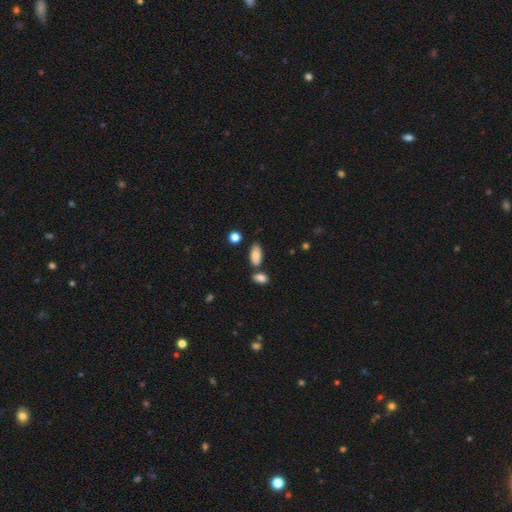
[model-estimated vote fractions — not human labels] smooth 82%, featured or disk 11%, star or artifact 7%. Down the decision tree: how rounded — in between (91%); merging — none (68%).